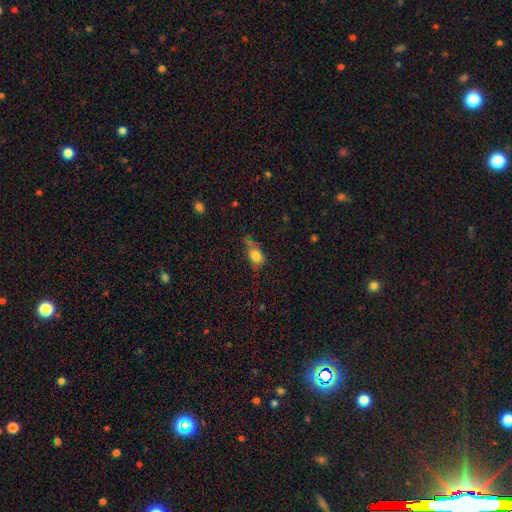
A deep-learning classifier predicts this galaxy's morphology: A smooth galaxy with no disk features (80%) that is in between round and cigar-shaped (70%). Merging: none (47%).